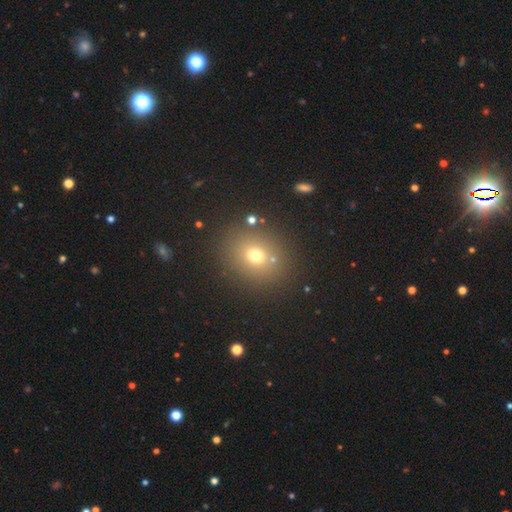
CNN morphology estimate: Smooth or featured: smooth — 68% (star or artifact — 21%)
How rounded: round — 70% (in between — 29%)
Merging: none — 83% (minor disturbance — 8%)